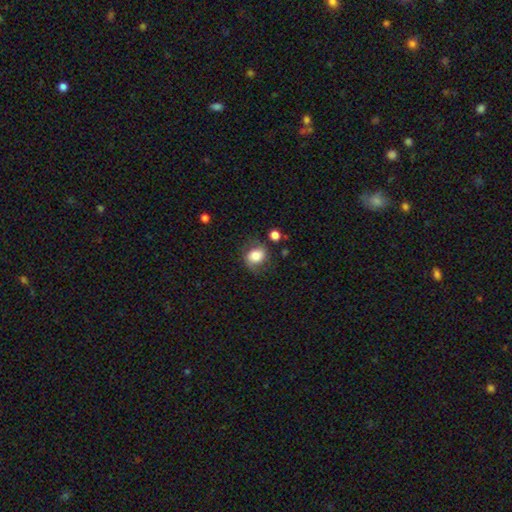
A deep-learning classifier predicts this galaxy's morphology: A smooth galaxy with no disk features (71%) that is round (57%).

Vote fractions:
- Smooth or featured? smooth: 71% / featured or disk: 20% / star or artifact: 9%
- How rounded? round: 57% / in between: 42% / cigar-shaped: 1%
- Merging? none: 64% / minor disturbance: 22% / major disturbance: 10% / merger: 4%